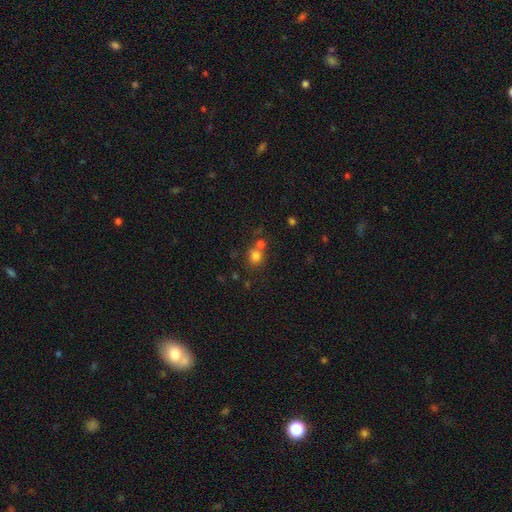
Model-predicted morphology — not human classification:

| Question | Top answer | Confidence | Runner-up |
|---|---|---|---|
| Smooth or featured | smooth | 77% | star or artifact (14%) |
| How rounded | round | 79% | in between (20%) |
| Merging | none | 54% | merger (34%) |